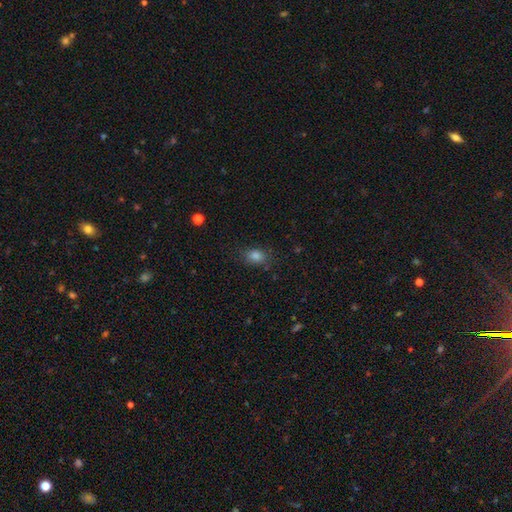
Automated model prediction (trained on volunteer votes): Smooth or featured? Predicted: smooth (p=0.78). How rounded? Predicted: in between (p=0.64). Merging? Predicted: none (p=0.81).